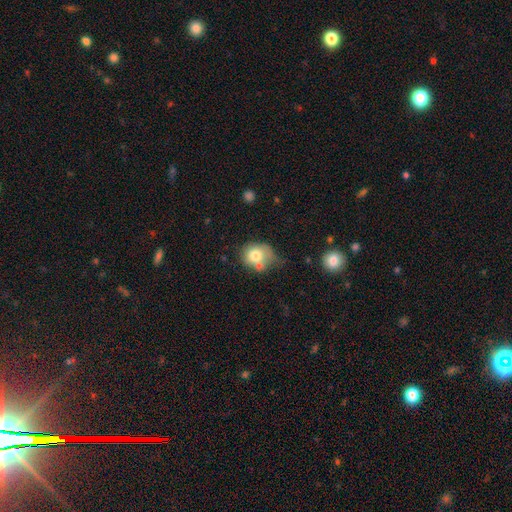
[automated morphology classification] Q: Smooth or featured?
A: smooth (74%); runner-up: featured or disk (17%)
Q: How rounded?
A: round (65%); runner-up: in between (34%)
Q: Merging?
A: none (39%); runner-up: minor disturbance (26%)